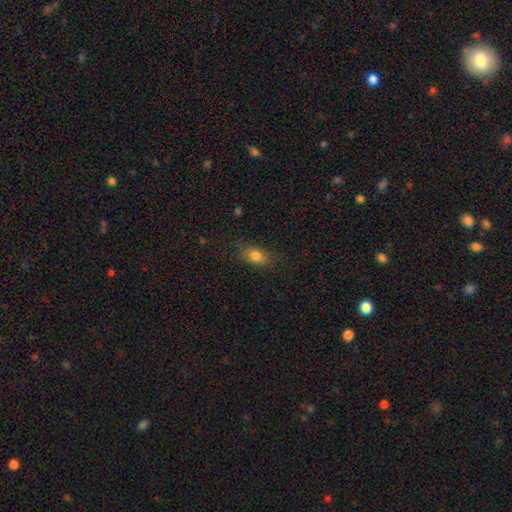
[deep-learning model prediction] smooth_or_featured: smooth (p=0.81) [alt: star or artifact p=0.11]
how_rounded: in between (p=0.76) [alt: round p=0.20]
merging: none (p=0.78) [alt: minor disturbance p=0.16]